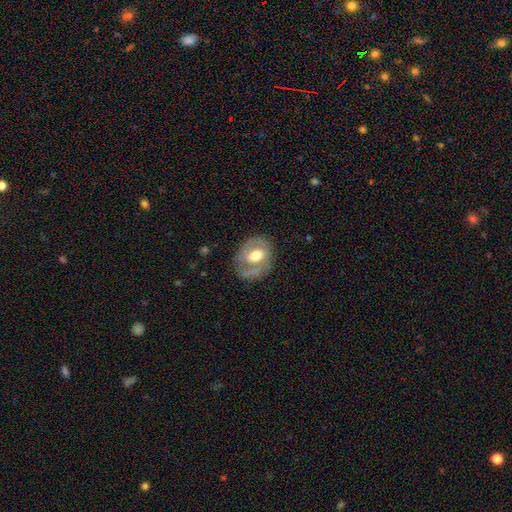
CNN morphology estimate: A featured or disk galaxy (61%) with no bar (45%), spiral arms (54%) and a moderate central bulge (66%).

Vote fractions:
- Smooth or featured? featured or disk: 61% / smooth: 33% / star or artifact: 6%
- Edge-on disk? no: 95% / yes: 5%
- Bar? no: 45% / weak: 38% / strong: 16%
- Spiral arms? yes: 54% / no: 46%
- Bulge size? moderate: 66% / large: 23% / small: 9% / dominant: 1% / none: 1%
- Merging? none: 63% / minor disturbance: 23% / major disturbance: 12% / merger: 2%